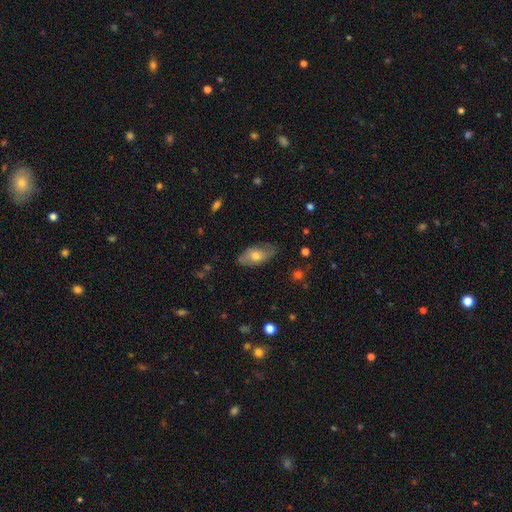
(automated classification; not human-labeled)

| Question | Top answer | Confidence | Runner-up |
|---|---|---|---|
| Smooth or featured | smooth | 63% | featured or disk (30%) |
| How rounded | in between | 89% | cigar-shaped (7%) |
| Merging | none | 73% | minor disturbance (21%) |